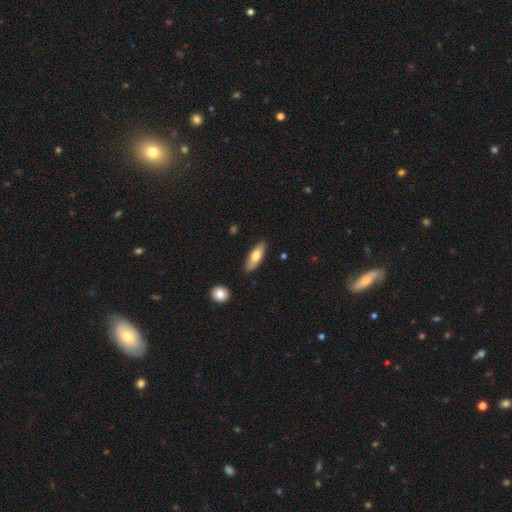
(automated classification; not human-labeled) Smooth or featured?
  - smooth: 66% *
  - featured or disk: 28%
  - star or artifact: 6%
How rounded?
  - in between: 58% *
  - cigar-shaped: 39%
  - round: 3%
Merging?
  - none: 86% *
  - minor disturbance: 10%
  - merger: 2%
  - major disturbance: 2%